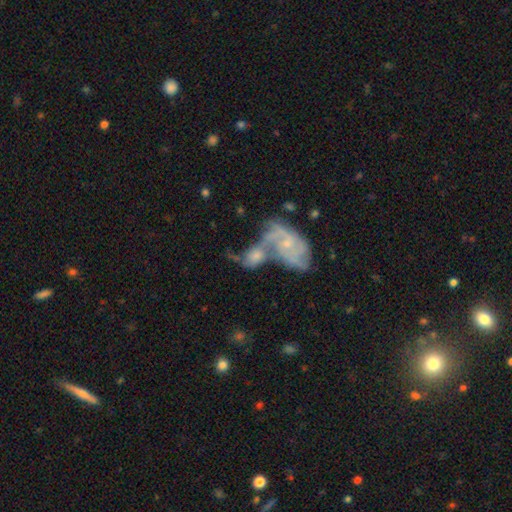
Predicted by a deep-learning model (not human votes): A featured or disk galaxy (65%) with no bar (70%), 2 (38%) medium (41%) spiral arms (80%) and a small central bulge (63%). Merging: merger (72%).